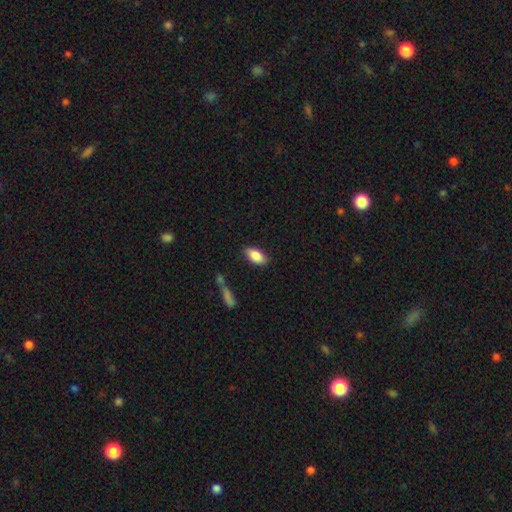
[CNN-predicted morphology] Q: Smooth or featured?
A: smooth (85%); runner-up: featured or disk (9%)
Q: How rounded?
A: in between (90%); runner-up: cigar-shaped (7%)
Q: Merging?
A: none (81%); runner-up: minor disturbance (13%)